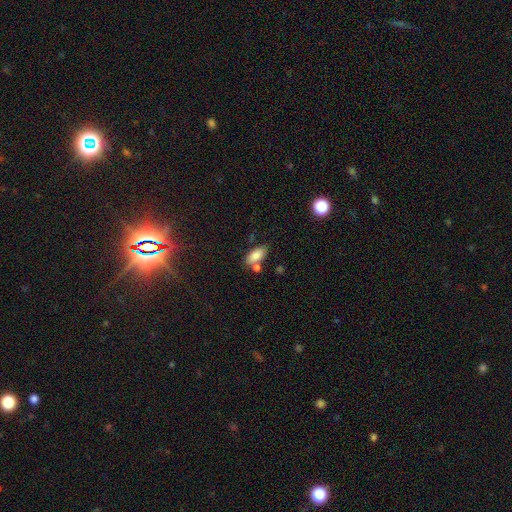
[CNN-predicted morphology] Smooth or featured? smooth (81%)
How rounded? in between (88%)
Merging? none (60%)